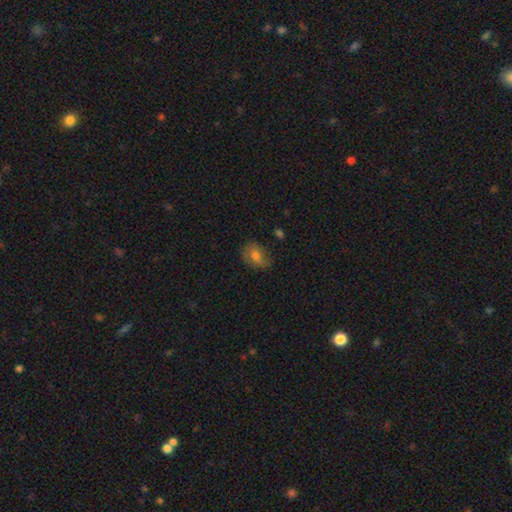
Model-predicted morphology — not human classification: A smooth galaxy with no disk features (61%) that is in between round and cigar-shaped (62%). Merging: none (62%).